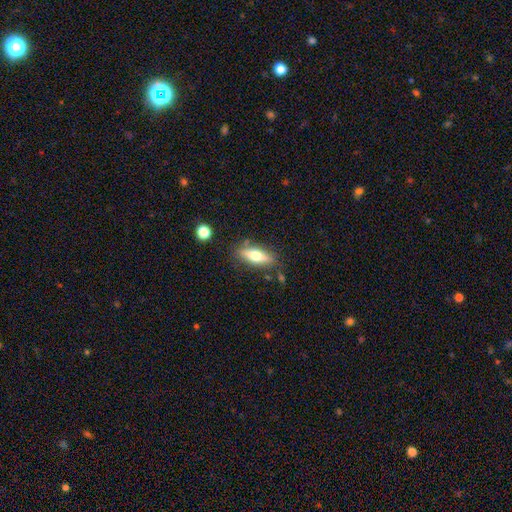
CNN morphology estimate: The model was most divided on "how rounded": in between: 58%, cigar-shaped: 39%, round: 3%. More confident: merging — none (78%); smooth or featured — smooth (59%).